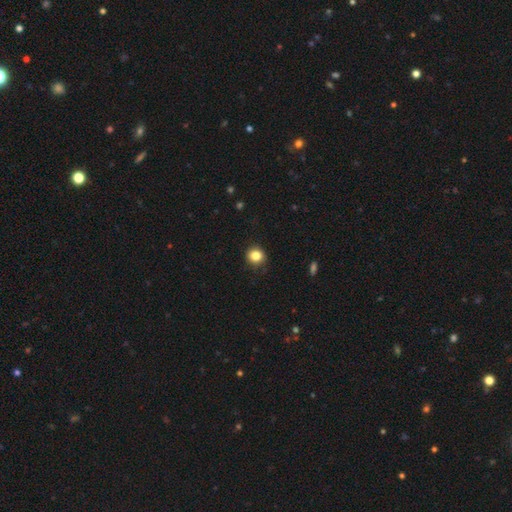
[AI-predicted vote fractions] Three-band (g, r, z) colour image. It shows a smooth galaxy with no disk features (84%) that is round (86%). Merging: none (87%).